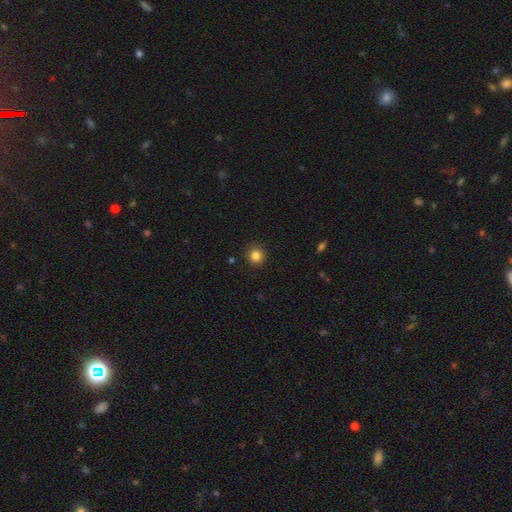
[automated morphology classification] Smooth or featured? smooth (84%)
How rounded? round (93%)
Merging? none (91%)